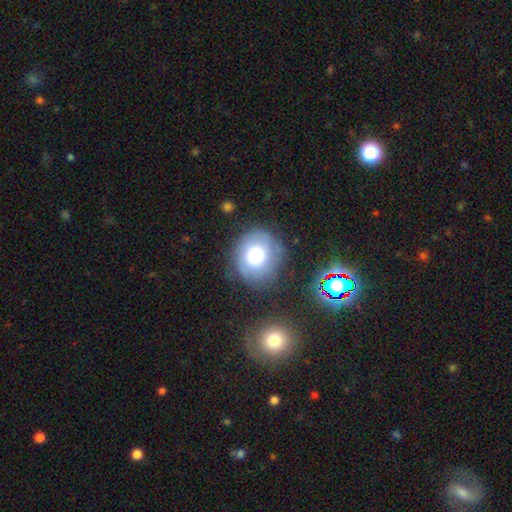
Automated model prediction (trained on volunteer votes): The model was most divided on "smooth or featured": smooth: 66%, featured or disk: 23%, star or artifact: 11%. More confident: how rounded — round (83%); merging — none (70%).